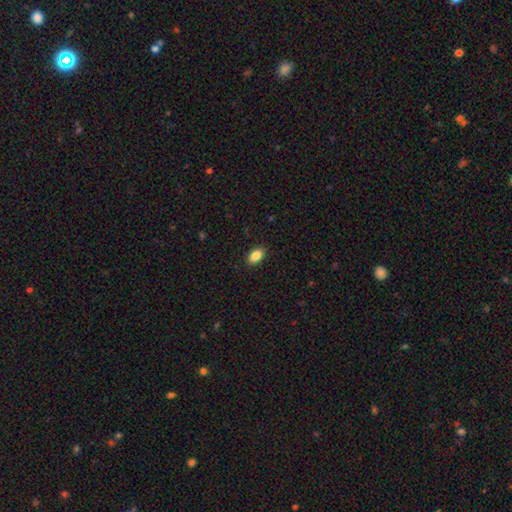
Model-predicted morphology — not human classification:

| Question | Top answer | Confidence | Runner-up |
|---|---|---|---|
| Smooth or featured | smooth | 87% | star or artifact (8%) |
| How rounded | in between | 90% | round (8%) |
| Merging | none | 90% | minor disturbance (8%) |